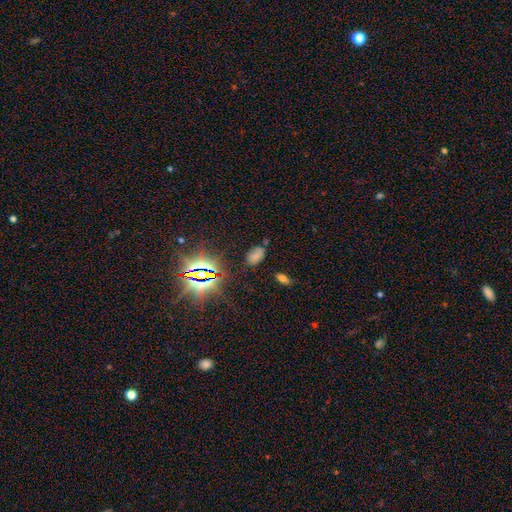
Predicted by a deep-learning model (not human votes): smooth-or-featured: smooth: 58% | star or artifact: 30% | featured or disk: 12%
  how-rounded: in between: 89% | round: 9% | cigar-shaped: 2%
  merging: none: 72% | minor disturbance: 18% | major disturbance: 5% | merger: 4%